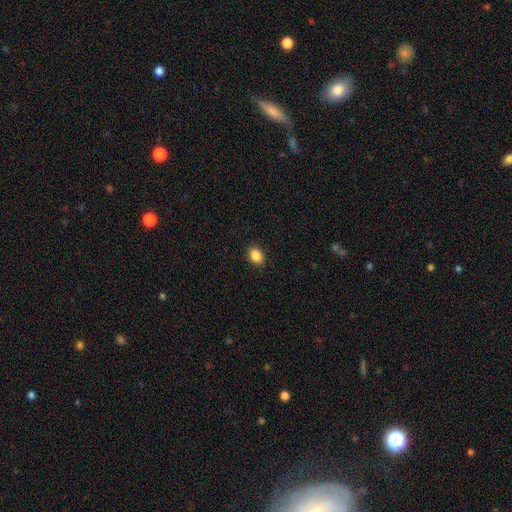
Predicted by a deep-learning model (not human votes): A smooth galaxy with no disk features (88%) that is in between round and cigar-shaped (63%). Merging: none (90%).